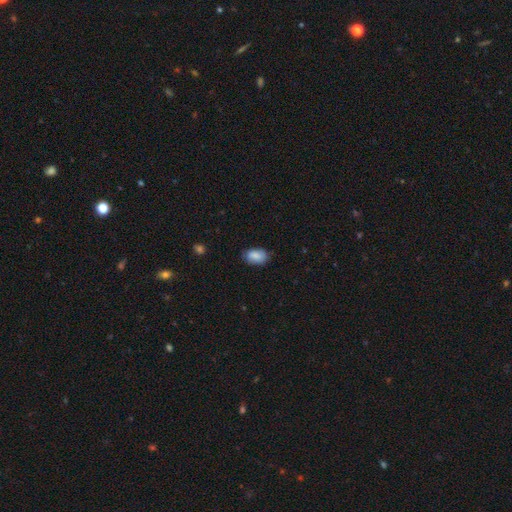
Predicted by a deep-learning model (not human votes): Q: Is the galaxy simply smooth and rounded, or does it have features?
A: smooth — 85%.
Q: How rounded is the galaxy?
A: in between — 90%.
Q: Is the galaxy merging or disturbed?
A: none — 76%.